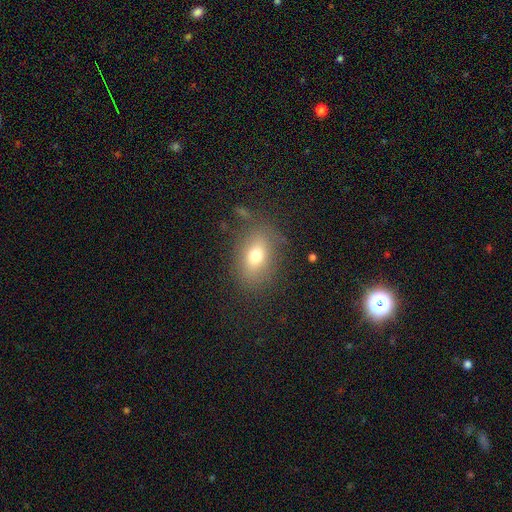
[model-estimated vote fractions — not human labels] smooth 71%, featured or disk 17%, star or artifact 11%. Down the decision tree: how rounded — in between (76%); merging — none (78%).